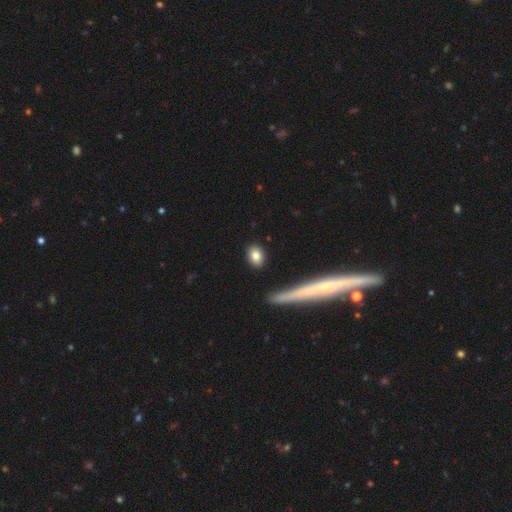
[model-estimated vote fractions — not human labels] smooth-or-featured: smooth: 83% | featured or disk: 9% | star or artifact: 8%
  how-rounded: in between: 70% | round: 26% | cigar-shaped: 5%
  merging: none: 89% | minor disturbance: 7% | major disturbance: 2% | merger: 2%